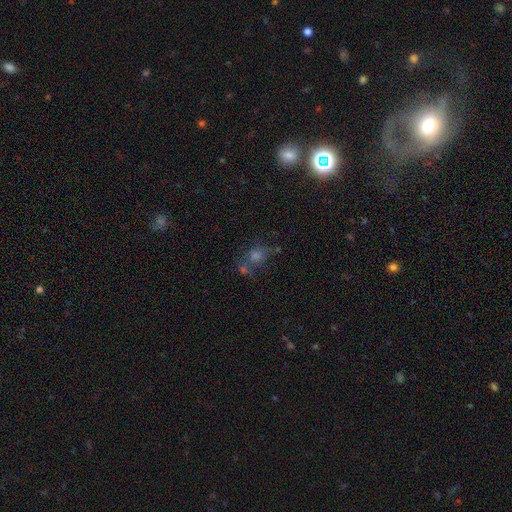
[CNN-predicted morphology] The model was most divided on "smooth or featured": smooth: 43%, star or artifact: 40%, featured or disk: 17%. More confident: merging — none (58%).